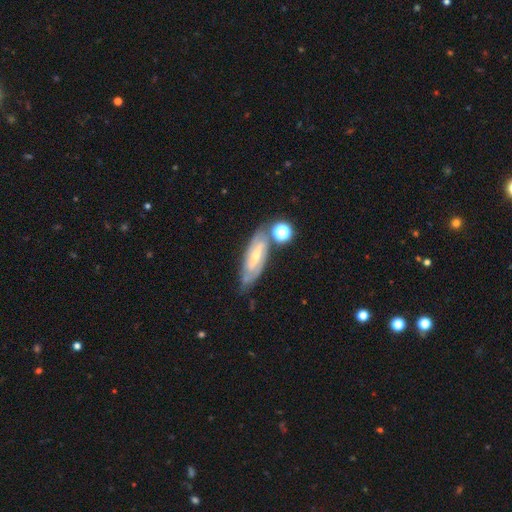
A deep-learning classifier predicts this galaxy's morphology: This is likely a featured or disk galaxy (76%). It is clearly not viewed edge-on (86%). Bar: marginally strong (43%). Spiral arm pattern: clearly yes (92%). Spiral arm count: likely 2 (73%). Spiral winding: possibly tight (47%). Central bulge: possibly small (58%). Merging: likely none (68%).